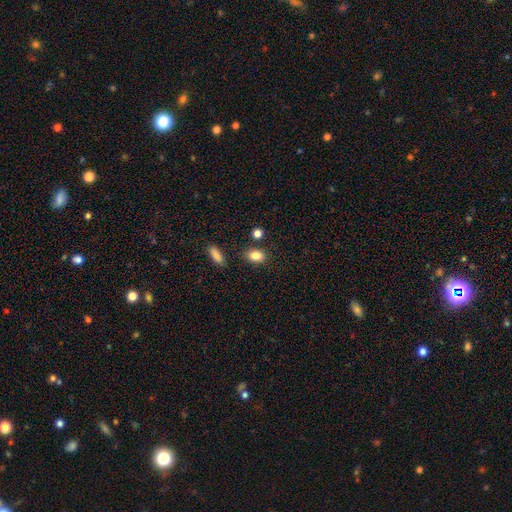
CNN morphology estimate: smooth 84%, star or artifact 10%, featured or disk 6%. Down the decision tree: how rounded — in between (76%); merging — none (81%).